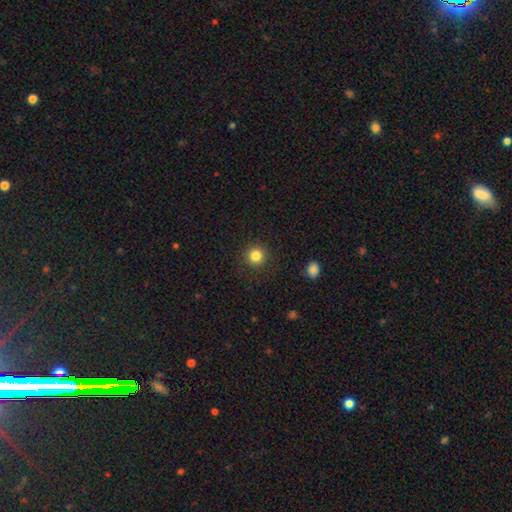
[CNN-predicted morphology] This appears to be a smooth galaxy with no disk features (84%) that is round (94%). Merging: none (90%).